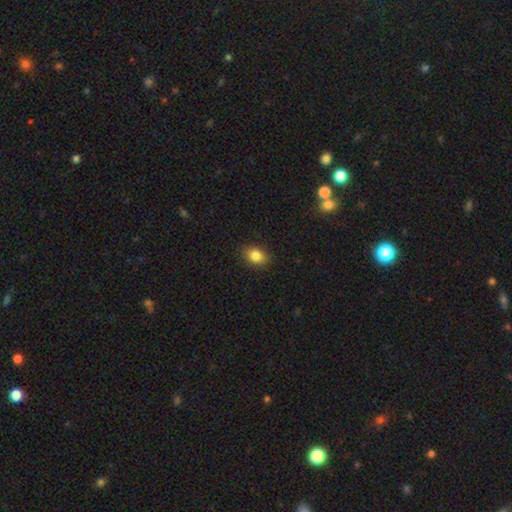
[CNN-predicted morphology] Overall: smooth (84%). How rounded: in between (68%; round 31%). Merging: none (84%).